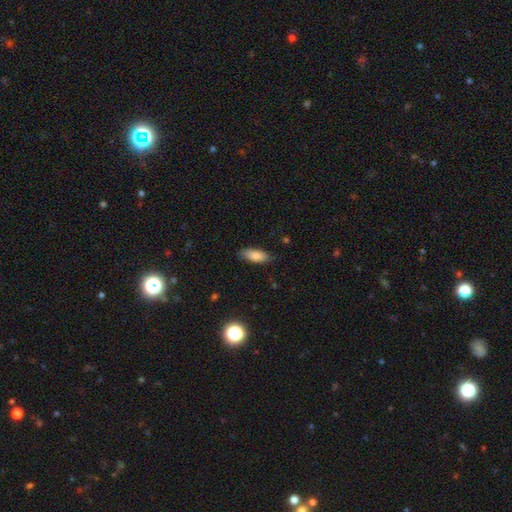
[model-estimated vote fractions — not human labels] This is clearly a smooth galaxy (85%). How rounded: clearly in between (81%). Merging: clearly none (82%).